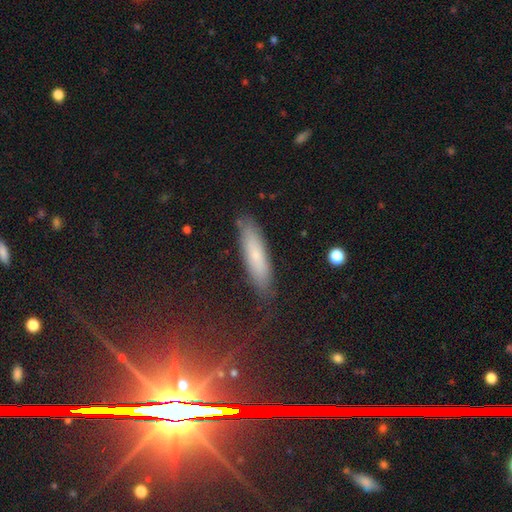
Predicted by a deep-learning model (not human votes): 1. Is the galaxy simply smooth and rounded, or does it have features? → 63% smooth, 27% featured or disk, 10% star or artifact.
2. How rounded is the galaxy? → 75% cigar-shaped, 23% in between, 2% round.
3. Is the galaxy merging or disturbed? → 85% none, 11% minor disturbance, 2% major disturbance, 1% merger.